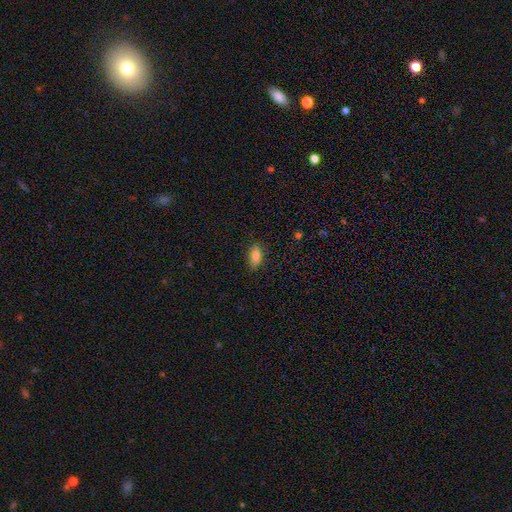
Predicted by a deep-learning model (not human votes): This is clearly a smooth galaxy (84%). How rounded: clearly in between (86%). Merging: clearly none (86%).